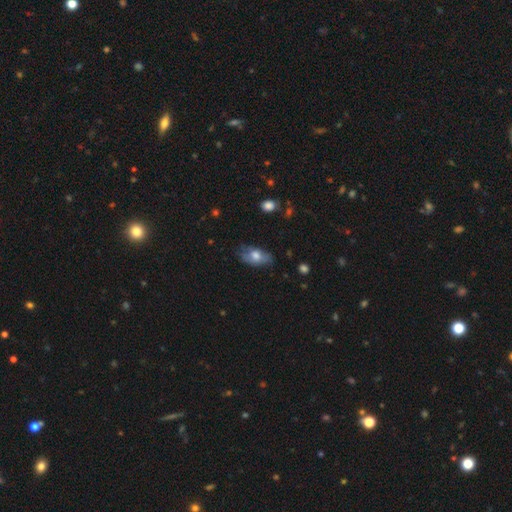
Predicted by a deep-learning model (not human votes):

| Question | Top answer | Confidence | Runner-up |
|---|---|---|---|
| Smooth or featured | smooth | 63% | featured or disk (30%) |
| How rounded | in between | 90% | round (6%) |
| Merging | none | 60% | minor disturbance (29%) |